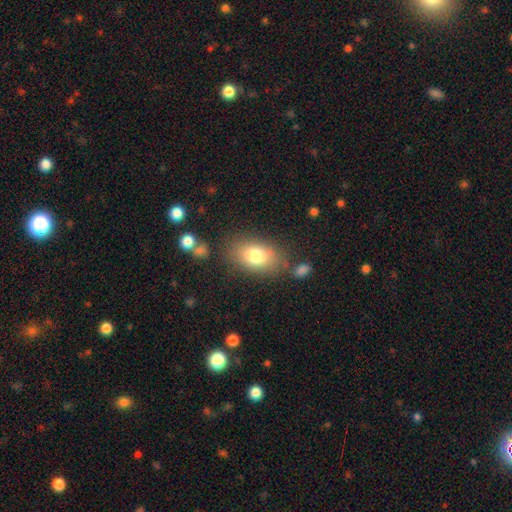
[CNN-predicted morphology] smooth 78%, featured or disk 13%, star or artifact 9%. Down the decision tree: how rounded — in between (84%); merging — none (76%).